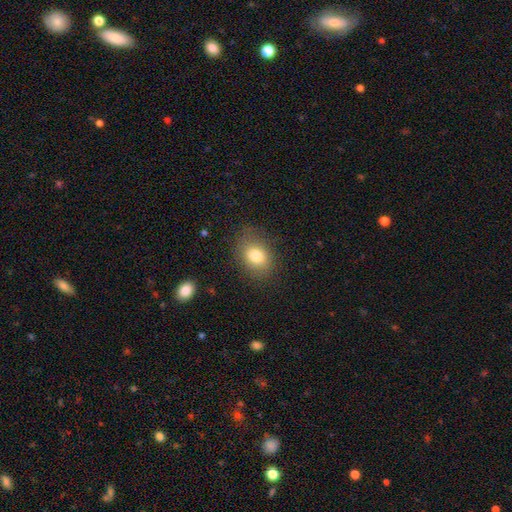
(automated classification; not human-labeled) Smooth or featured? Predicted: smooth (p=0.79). How rounded? Predicted: in between (p=0.62). Merging? Predicted: none (p=0.79).